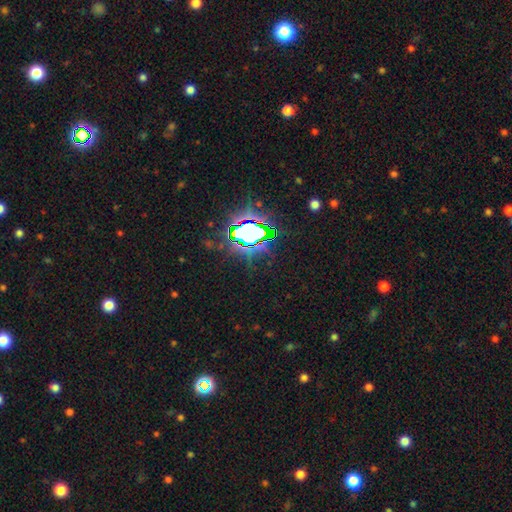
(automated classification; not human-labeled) Overall: star or artifact (81%).